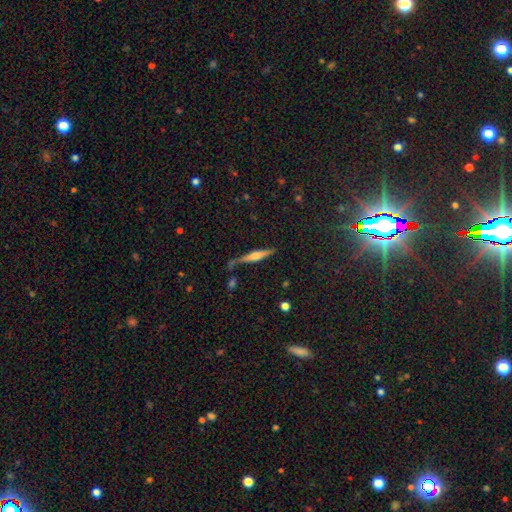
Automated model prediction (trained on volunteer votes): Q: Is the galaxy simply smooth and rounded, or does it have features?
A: featured or disk — 57%.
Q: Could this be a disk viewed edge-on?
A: yes — 94%.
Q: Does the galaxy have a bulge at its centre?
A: rounded — 68%.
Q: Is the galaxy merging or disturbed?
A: none — 67%.